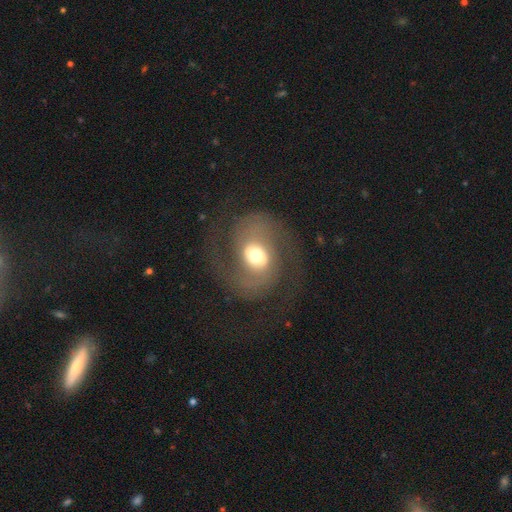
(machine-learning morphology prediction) smooth-or-featured: featured or disk: 73% | smooth: 19% | star or artifact: 8%
  disk-edge-on: no: 97% | yes: 3%
    bar: no: 54% | weak: 32% | strong: 14%
    has-spiral-arms: yes: 85% | no: 15%
      spiral-winding: medium: 47% | loose: 33% | tight: 19%
      spiral-arm-count: 2: 84% | can't tell: 6% | 1: 5% | 3: 2% | 4: 1% | more than 4: 1%
    bulge-size: moderate: 62% | large: 24% | small: 8% | dominant: 5% | none: 1%
  merging: none: 64% | major disturbance: 20% | minor disturbance: 14% | merger: 2%